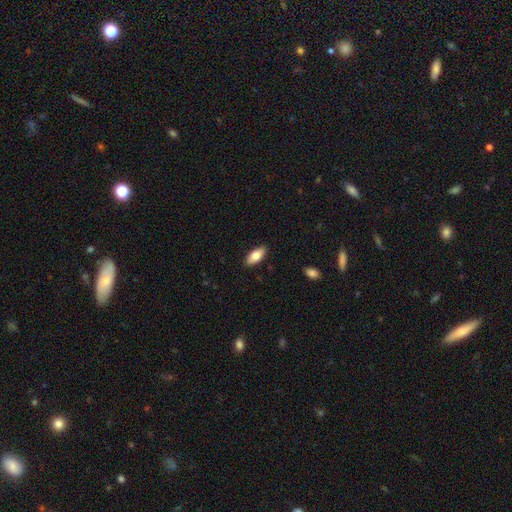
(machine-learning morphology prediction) Smooth or featured?
  - smooth: 76% *
  - featured or disk: 17%
  - star or artifact: 6%
How rounded?
  - in between: 86% *
  - cigar-shaped: 12%
  - round: 2%
Merging?
  - none: 89% *
  - minor disturbance: 8%
  - major disturbance: 2%
  - merger: 1%